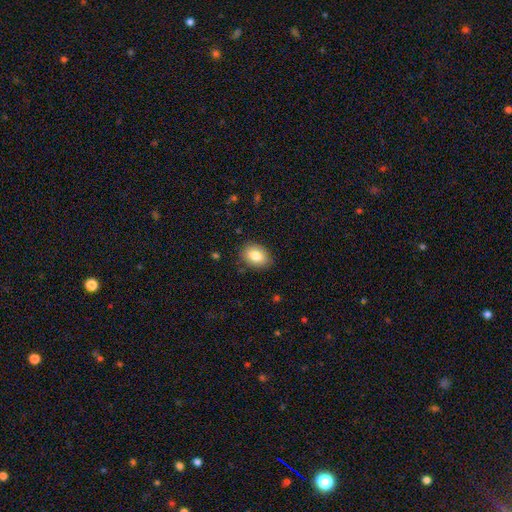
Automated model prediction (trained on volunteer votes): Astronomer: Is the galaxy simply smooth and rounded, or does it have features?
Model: smooth — 83%.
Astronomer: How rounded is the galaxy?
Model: in between — 76%.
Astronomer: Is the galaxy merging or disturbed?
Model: none — 85%.